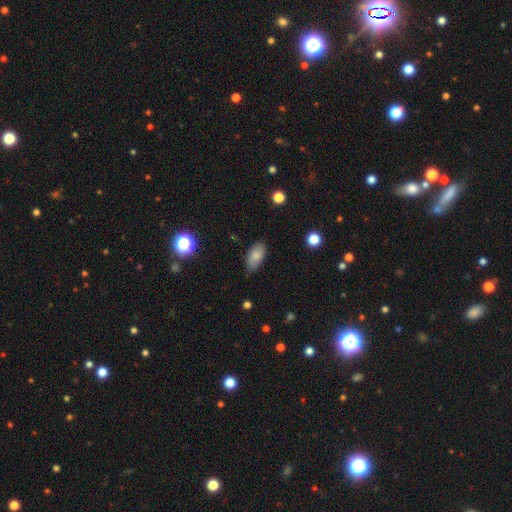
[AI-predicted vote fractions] Overall: smooth (78%). How rounded: in between (93%). Merging: none (76%).